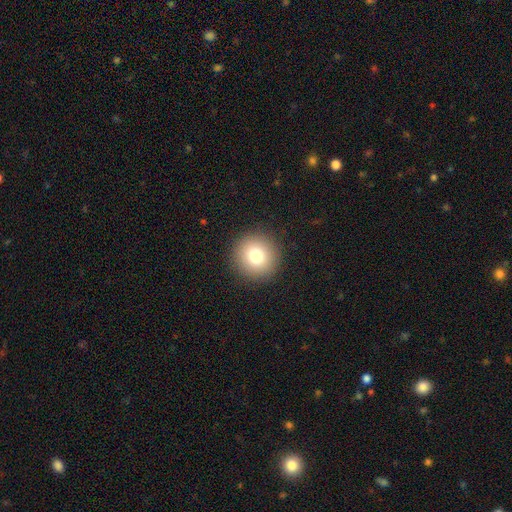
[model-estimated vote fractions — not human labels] The model was most divided on "smooth or featured": smooth: 79%, star or artifact: 12%, featured or disk: 10%. More confident: how rounded — round (95%); merging — none (92%).